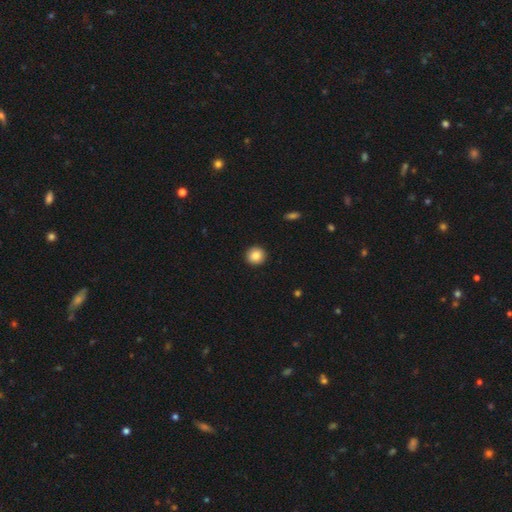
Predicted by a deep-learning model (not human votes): A smooth galaxy with no disk features (86%) that is round (91%). Merging: none (92%).